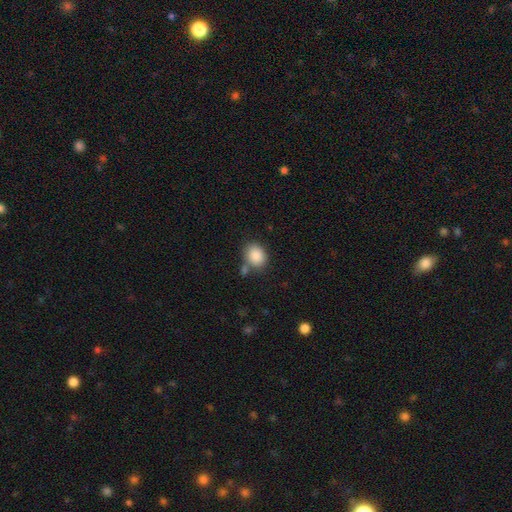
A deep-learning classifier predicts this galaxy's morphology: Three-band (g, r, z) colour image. It shows a smooth galaxy with no disk features (87%) that is in between round and cigar-shaped (51%). Merging: none (69%).